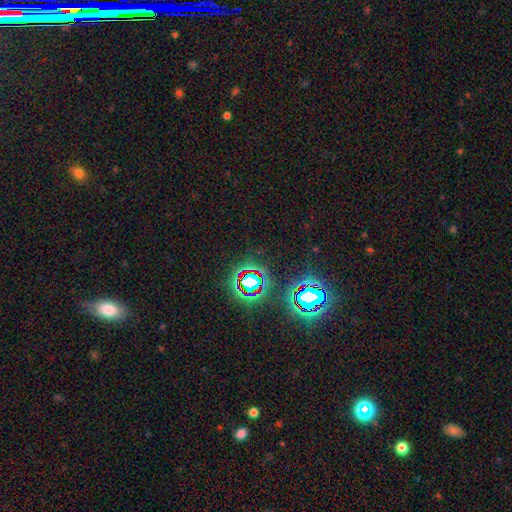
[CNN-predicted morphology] Smooth or featured? star or artifact (78%)